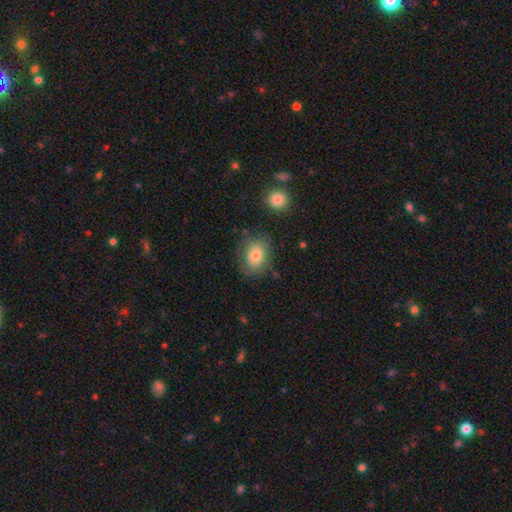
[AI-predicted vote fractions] Morphology: type=smooth (77%); roundness=in between (64%); merging=none (73%).